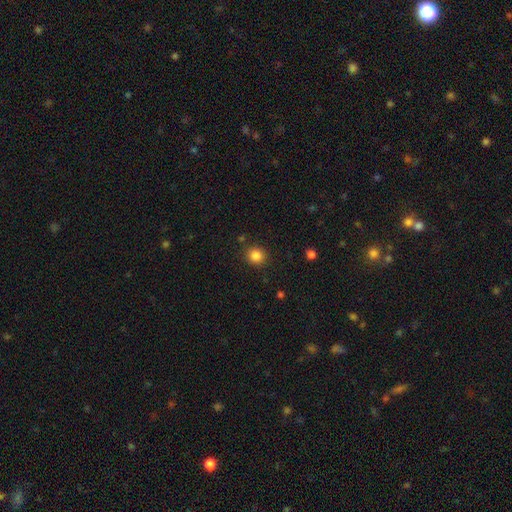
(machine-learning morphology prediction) This appears to be a smooth galaxy with no disk features (85%) that is round (86%). Merging: none (87%).